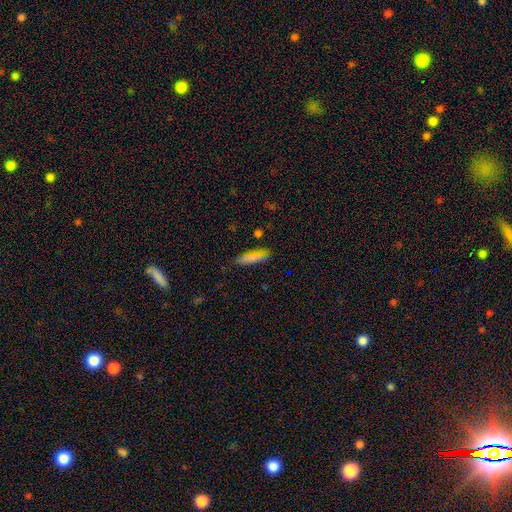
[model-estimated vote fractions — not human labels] Q: Smooth or featured?
A: smooth (76%); runner-up: star or artifact (13%)
Q: How rounded?
A: cigar-shaped (55%); runner-up: in between (42%)
Q: Merging?
A: none (82%); runner-up: minor disturbance (14%)